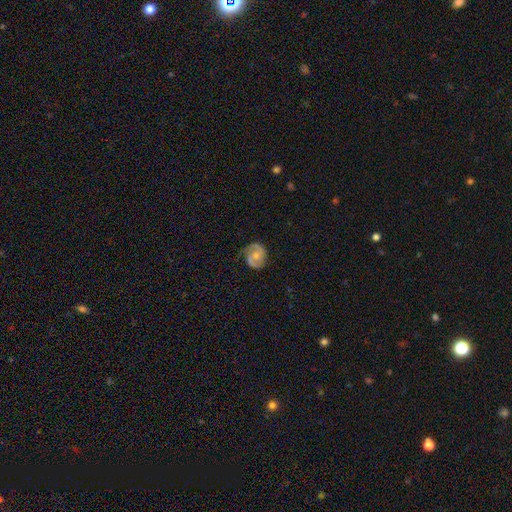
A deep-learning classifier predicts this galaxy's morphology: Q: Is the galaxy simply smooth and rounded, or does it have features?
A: featured or disk — 82%.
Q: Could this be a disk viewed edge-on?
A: no — 98%.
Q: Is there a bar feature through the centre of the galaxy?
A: no — 69%.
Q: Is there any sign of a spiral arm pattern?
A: yes — 96%.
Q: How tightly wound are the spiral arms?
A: medium — 47%.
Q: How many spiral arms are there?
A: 2 — 88%.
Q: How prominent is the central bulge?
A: small — 50%.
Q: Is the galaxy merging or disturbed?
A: none — 75%.